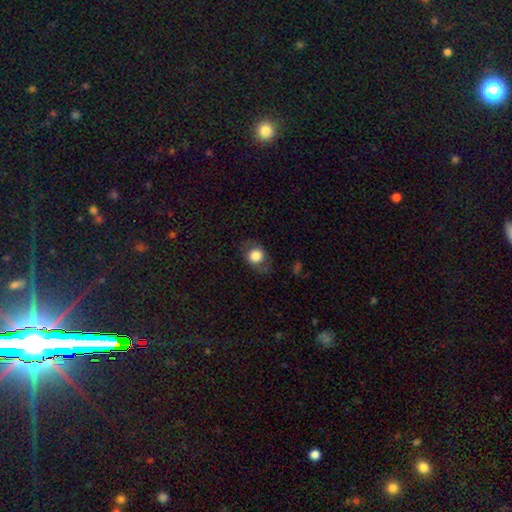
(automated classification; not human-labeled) Smooth or featured: smooth — 73% (featured or disk — 19%)
How rounded: round — 62% (in between — 37%)
Merging: none — 74% (minor disturbance — 17%)